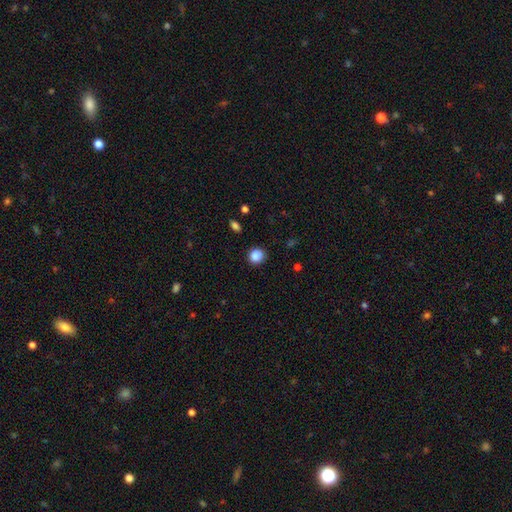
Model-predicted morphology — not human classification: smooth_or_featured: smooth (p=0.86) [alt: star or artifact p=0.10]
how_rounded: round (p=0.86) [alt: in between p=0.14]
merging: none (p=0.83) [alt: minor disturbance p=0.12]